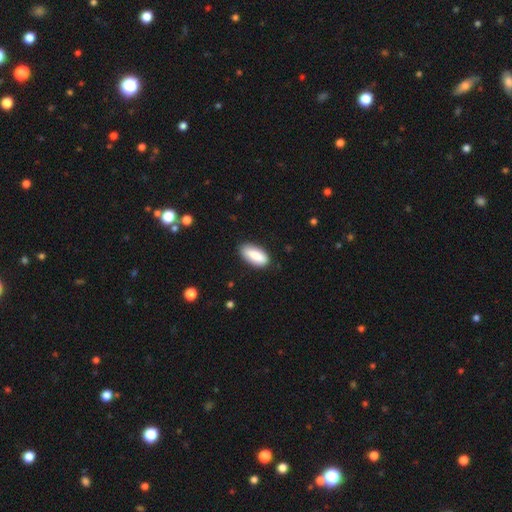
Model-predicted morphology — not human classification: type=smooth (84%); roundness=in between (89%); merging=none (85%).